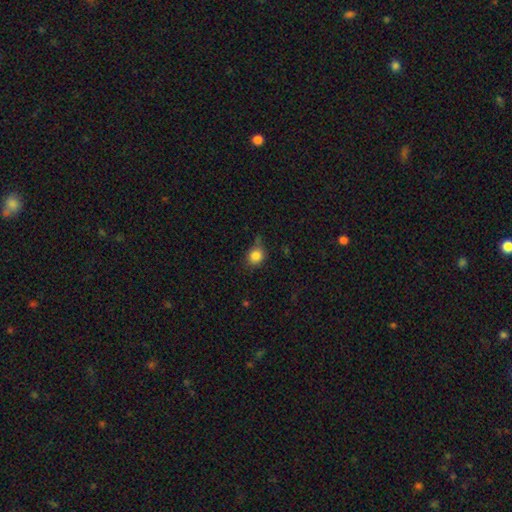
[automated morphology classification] This is clearly a smooth galaxy (85%). How rounded: likely round (77%). Merging: likely none (68%).